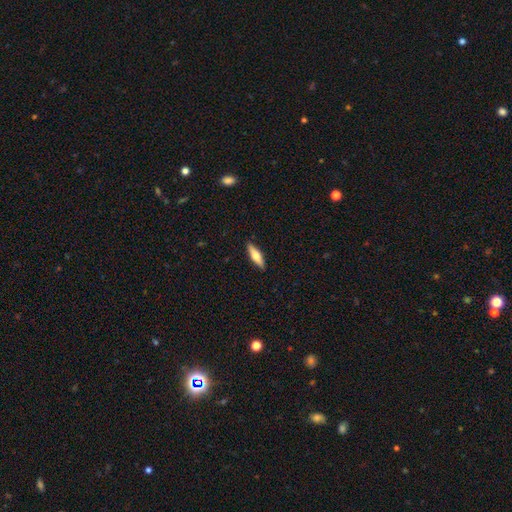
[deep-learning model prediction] Smooth or featured? Predicted: smooth (p=0.52). How rounded? Predicted: cigar-shaped (p=0.66). Merging? Predicted: none (p=0.90).